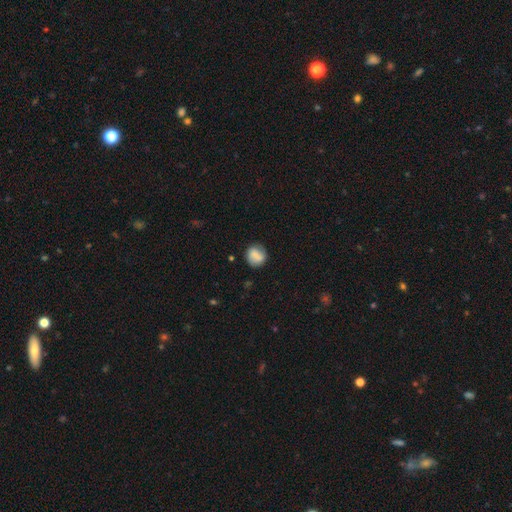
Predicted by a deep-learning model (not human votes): Q: Smooth or featured?
A: smooth (70%); runner-up: featured or disk (22%)
Q: How rounded?
A: round (82%); runner-up: in between (17%)
Q: Merging?
A: none (80%); runner-up: minor disturbance (14%)